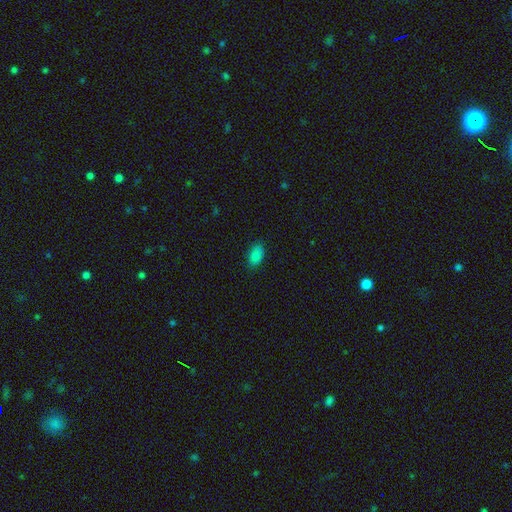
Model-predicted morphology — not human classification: A smooth galaxy with no disk features (85%) that is in between round and cigar-shaped (91%). Merging: none (84%).